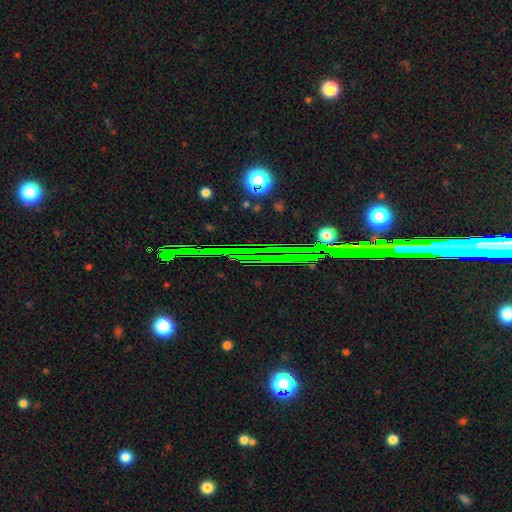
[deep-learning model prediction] A star or artifact, not a galaxy (73%).